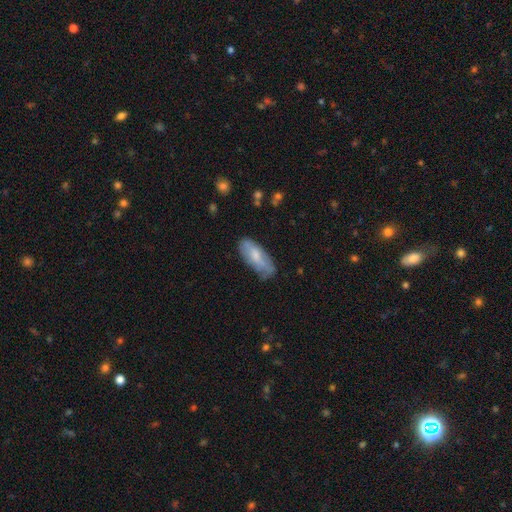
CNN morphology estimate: smooth 64%, featured or disk 29%, star or artifact 6%. Down the decision tree: how rounded — in between (75%); merging — none (67%).